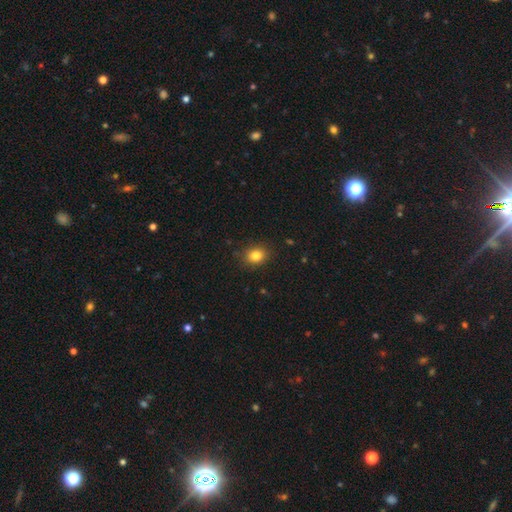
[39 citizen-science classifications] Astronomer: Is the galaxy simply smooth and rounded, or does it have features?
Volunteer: smooth — 90%.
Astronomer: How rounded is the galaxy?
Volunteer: in between — 69%.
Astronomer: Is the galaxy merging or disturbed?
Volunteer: none — 81%.